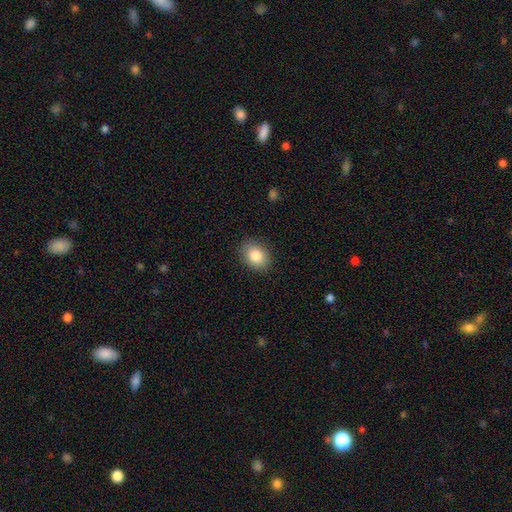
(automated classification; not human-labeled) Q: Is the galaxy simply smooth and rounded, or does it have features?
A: smooth — 85%.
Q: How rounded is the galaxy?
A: in between — 71%.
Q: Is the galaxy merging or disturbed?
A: none — 87%.